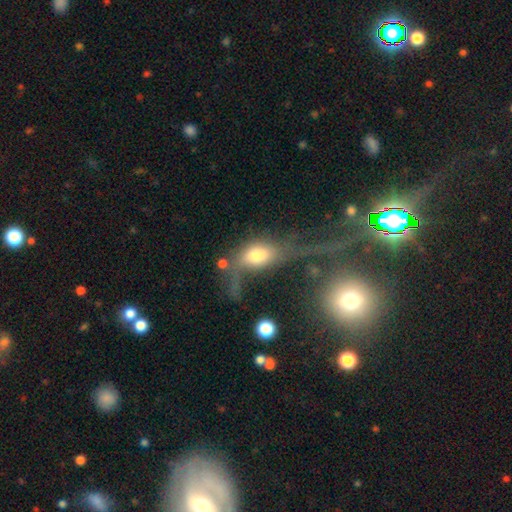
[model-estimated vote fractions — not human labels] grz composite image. It shows a smooth galaxy with no disk features (56%) that is in between round and cigar-shaped (82%). Merging: major disturbance (40%).